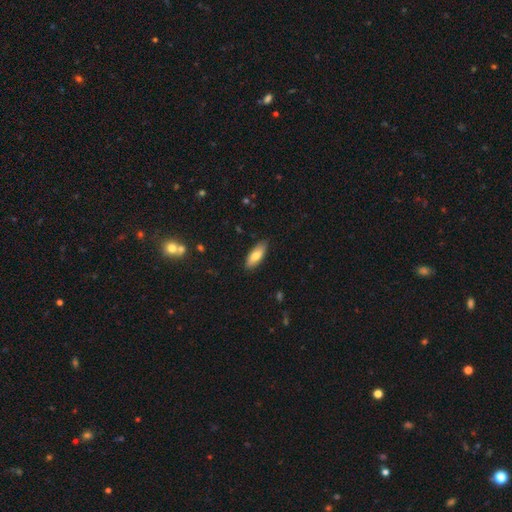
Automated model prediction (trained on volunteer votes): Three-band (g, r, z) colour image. It shows a smooth galaxy with no disk features (77%) that is in between round and cigar-shaped (74%). Merging: none (87%).